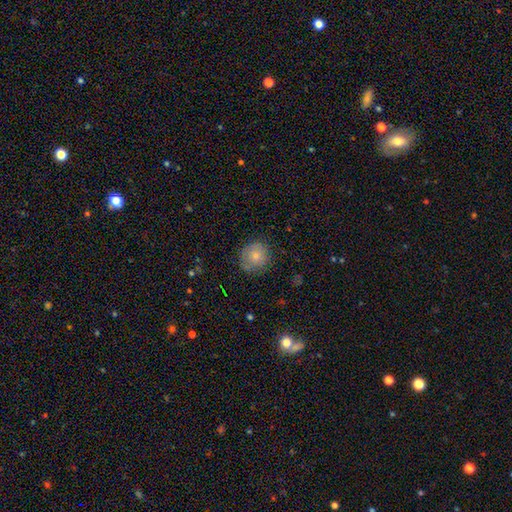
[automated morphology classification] The model was most divided on "merging": none: 78%, minor disturbance: 17%, major disturbance: 4%, merger: 2%. More confident: how rounded — round (90%); smooth or featured — smooth (78%).